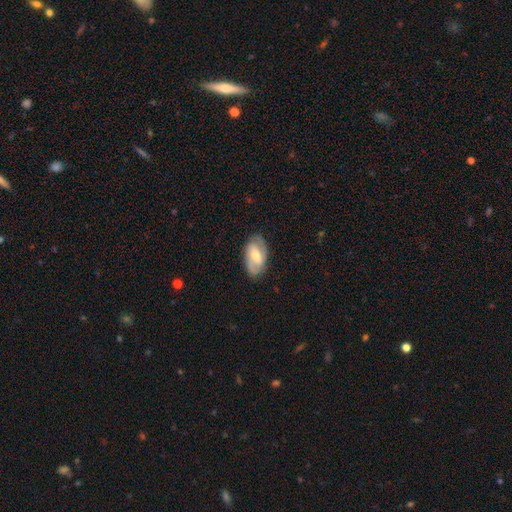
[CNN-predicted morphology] Overall: featured or disk (59%; smooth 35%). Edge-on disk: no (93%). Bar: weak (45%; strong 31%). Spiral arms: yes (77%). Bulge size: moderate (57%; small 37%). Merging: none (80%).